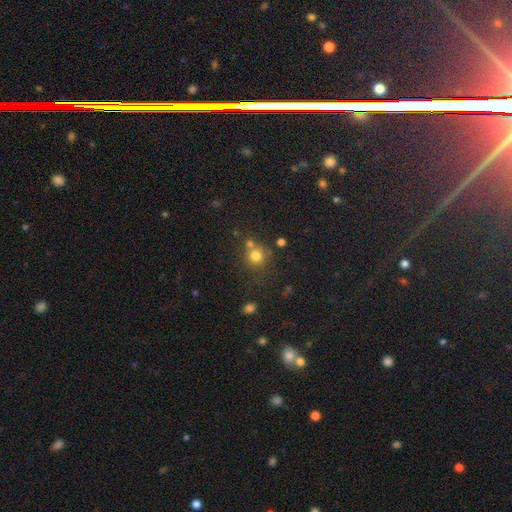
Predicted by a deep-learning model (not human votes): A smooth galaxy with no disk features (76%) that is round (88%).

Vote fractions:
- Smooth or featured? smooth: 76% / star or artifact: 15% / featured or disk: 9%
- How rounded? round: 88% / in between: 11% / cigar-shaped: 1%
- Merging? none: 62% / merger: 22% / minor disturbance: 11% / major disturbance: 5%